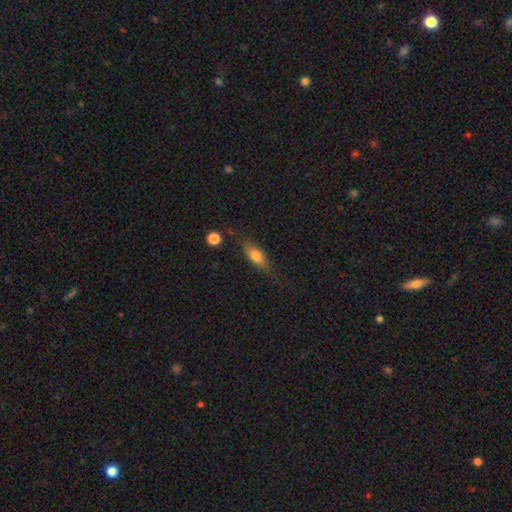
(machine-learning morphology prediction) A smooth galaxy with no disk features (72%) that is in between round and cigar-shaped (68%).

Vote fractions:
- Smooth or featured? smooth: 72% / featured or disk: 20% / star or artifact: 8%
- How rounded? in between: 68% / cigar-shaped: 28% / round: 4%
- Merging? none: 74% / minor disturbance: 18% / major disturbance: 5% / merger: 3%